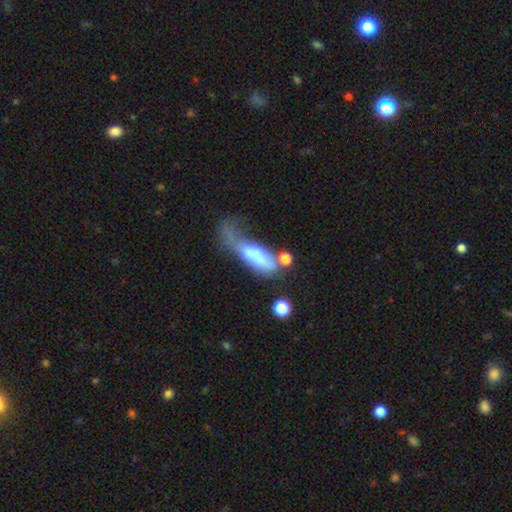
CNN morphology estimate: Overall: smooth (54%; featured or disk 36%). How rounded: in between (55%; cigar-shaped 41%). Merging: major disturbance (44%; merger 26%).